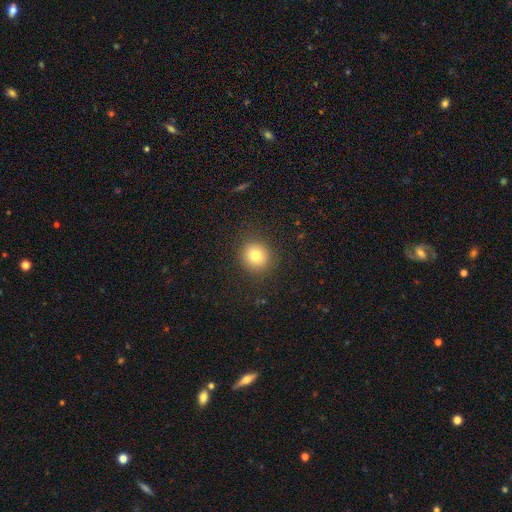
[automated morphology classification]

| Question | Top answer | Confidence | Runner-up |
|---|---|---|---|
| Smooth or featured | smooth | 78% | star or artifact (12%) |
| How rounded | round | 90% | in between (9%) |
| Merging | none | 90% | minor disturbance (6%) |